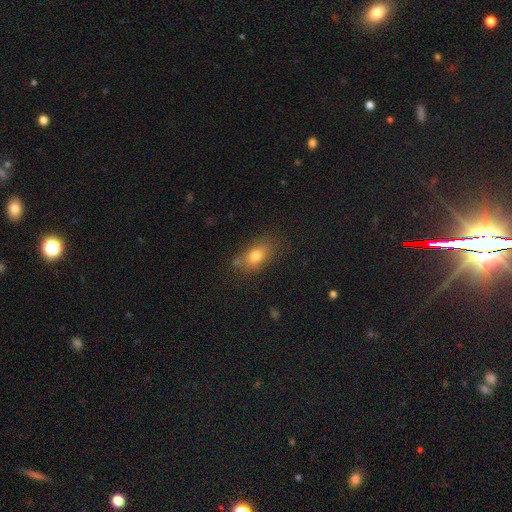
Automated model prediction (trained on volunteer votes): Overall: smooth (77%). How rounded: in between (83%). Merging: none (70%).